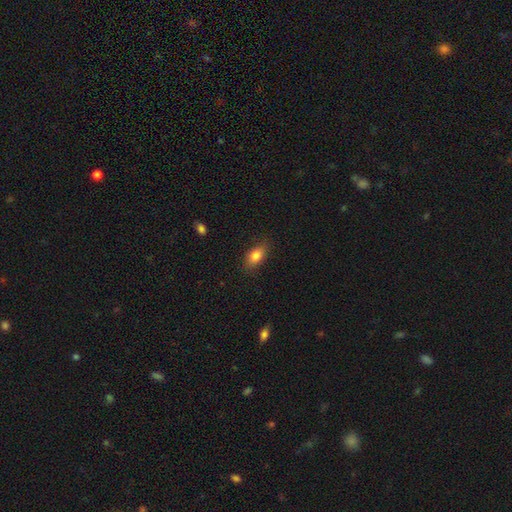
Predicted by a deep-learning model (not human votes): A smooth galaxy with no disk features (82%) that is in between round and cigar-shaped (85%).

Vote fractions:
- Smooth or featured? smooth: 82% / featured or disk: 10% / star or artifact: 8%
- How rounded? in between: 85% / round: 8% / cigar-shaped: 6%
- Merging? none: 84% / minor disturbance: 13% / major disturbance: 3% / merger: 1%